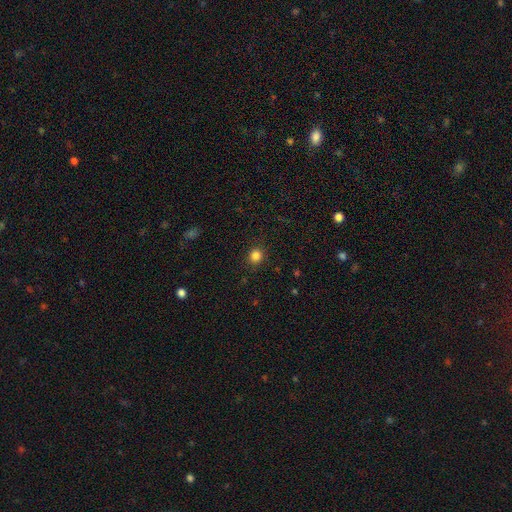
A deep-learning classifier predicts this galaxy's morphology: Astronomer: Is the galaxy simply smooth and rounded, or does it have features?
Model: smooth — 84%.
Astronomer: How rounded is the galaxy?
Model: round — 87%.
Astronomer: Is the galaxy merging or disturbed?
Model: none — 90%.